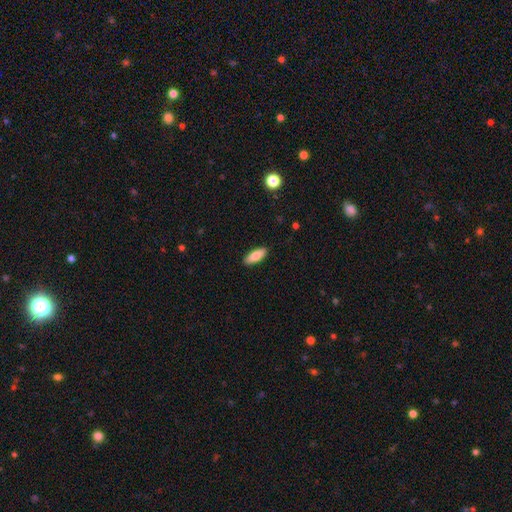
Smooth or featured? smooth (77%)
How rounded? in between (73%)
Merging? none (100%)